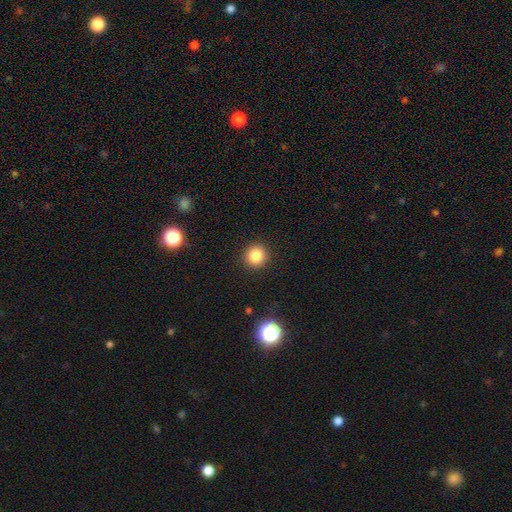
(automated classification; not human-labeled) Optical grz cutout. It shows a smooth galaxy with no disk features (83%) that is round (92%). Merging: none (91%).